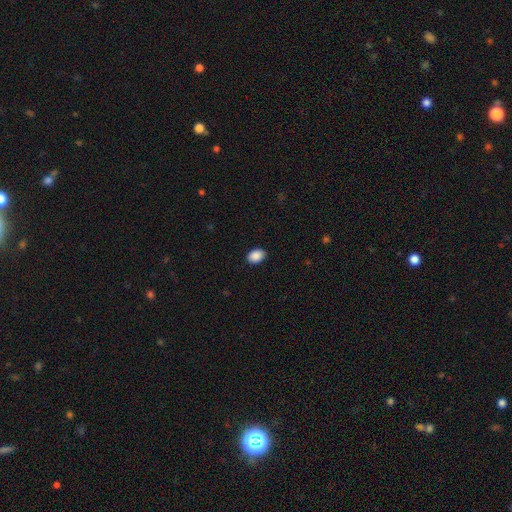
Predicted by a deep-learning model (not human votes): The model was most divided on "how rounded": in between: 79%, round: 20%, cigar-shaped: 1%. More confident: smooth or featured — smooth (90%); merging — none (89%).